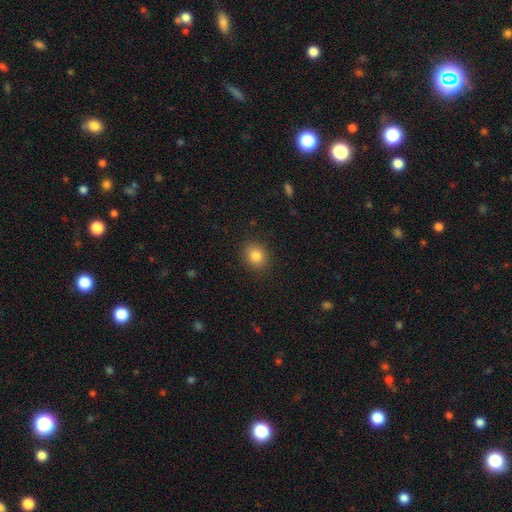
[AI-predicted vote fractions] A smooth galaxy with no disk features (84%) that is round (66%).

Vote fractions:
- Smooth or featured? smooth: 84% / star or artifact: 10% / featured or disk: 6%
- How rounded? round: 66% / in between: 33% / cigar-shaped: 1%
- Merging? none: 88% / minor disturbance: 8% / major disturbance: 2% / merger: 1%